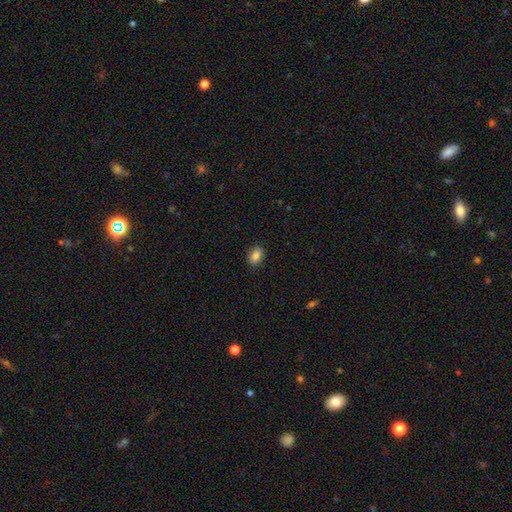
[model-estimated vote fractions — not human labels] Morphology: type=smooth (86%); roundness=in between (82%); merging=none (88%).